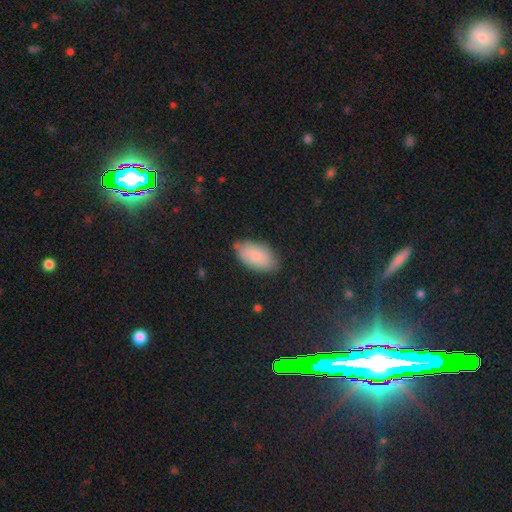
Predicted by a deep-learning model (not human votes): Smooth or featured? Predicted: smooth (p=0.80). How rounded? Predicted: in between (p=0.95). Merging? Predicted: none (p=0.78).